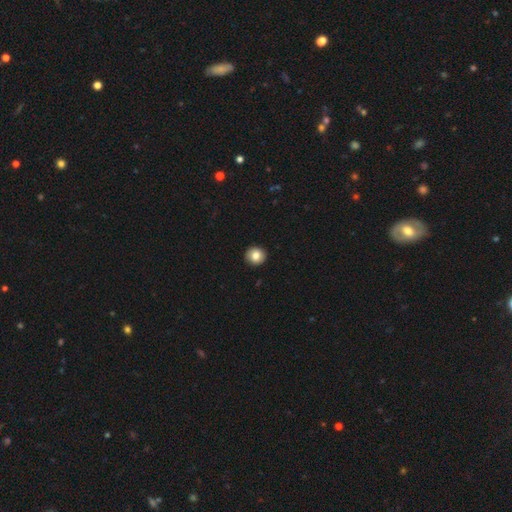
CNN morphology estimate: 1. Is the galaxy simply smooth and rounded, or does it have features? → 83% smooth, 9% featured or disk, 8% star or artifact.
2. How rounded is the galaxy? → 92% round, 7% in between, 1% cigar-shaped.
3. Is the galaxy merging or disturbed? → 92% none, 5% minor disturbance, 1% major disturbance, 1% merger.